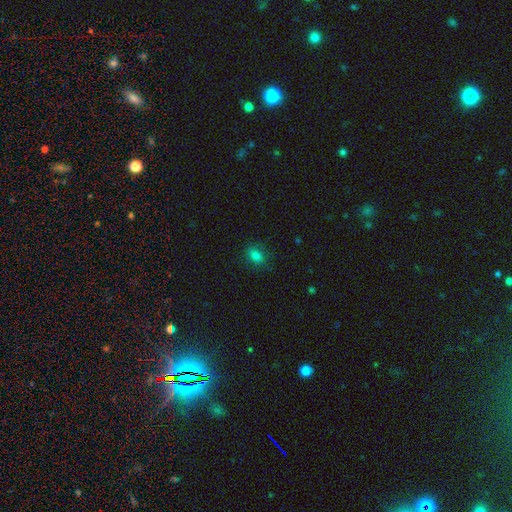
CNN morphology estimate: Smooth or featured?
  - smooth: 80% *
  - star or artifact: 14%
  - featured or disk: 6%
How rounded?
  - in between: 70% *
  - round: 28%
  - cigar-shaped: 2%
Merging?
  - none: 82% *
  - minor disturbance: 13%
  - major disturbance: 3%
  - merger: 1%